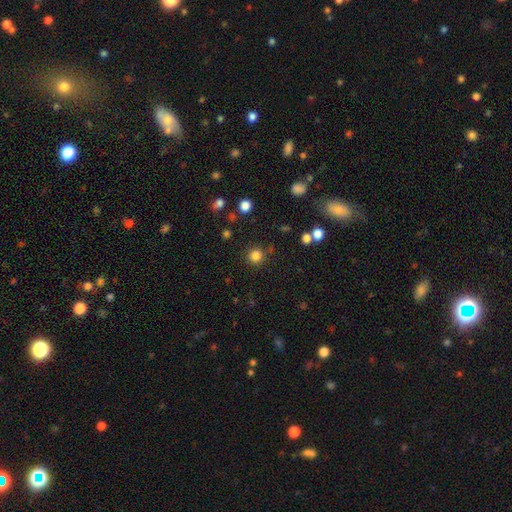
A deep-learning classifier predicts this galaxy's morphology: Smooth or featured: smooth — 83% (star or artifact — 13%)
How rounded: round — 92% (in between — 7%)
Merging: none — 86% (minor disturbance — 8%)